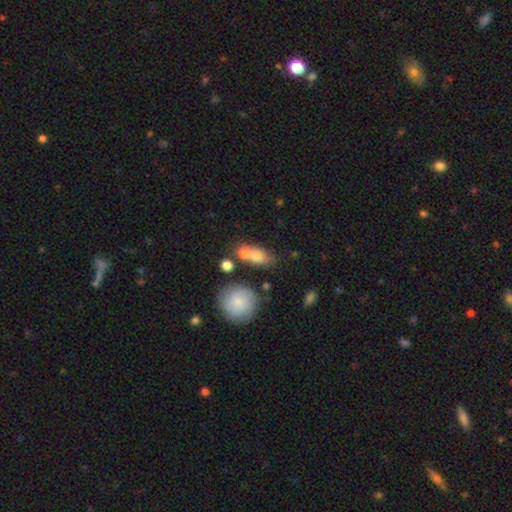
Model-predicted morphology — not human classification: Smooth or featured: smooth — 72% (featured or disk — 17%)
How rounded: in between — 61% (round — 33%)
Merging: merger — 44% (none — 39%)